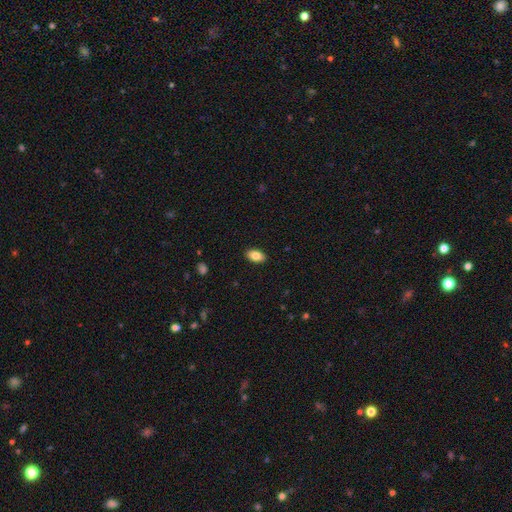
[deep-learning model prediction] Smooth or featured: smooth — 82% (featured or disk — 11%)
How rounded: in between — 93% (round — 5%)
Merging: none — 90% (minor disturbance — 7%)